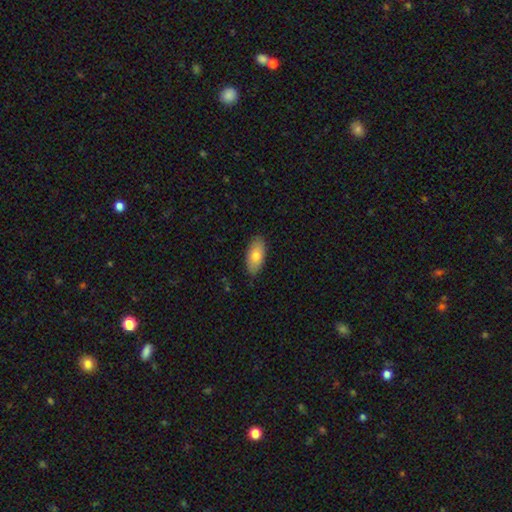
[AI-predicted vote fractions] smooth_or_featured: smooth (p=0.77) [alt: featured or disk p=0.16]
how_rounded: in between (p=0.90) [alt: cigar-shaped p=0.07]
merging: none (p=0.86) [alt: minor disturbance p=0.11]